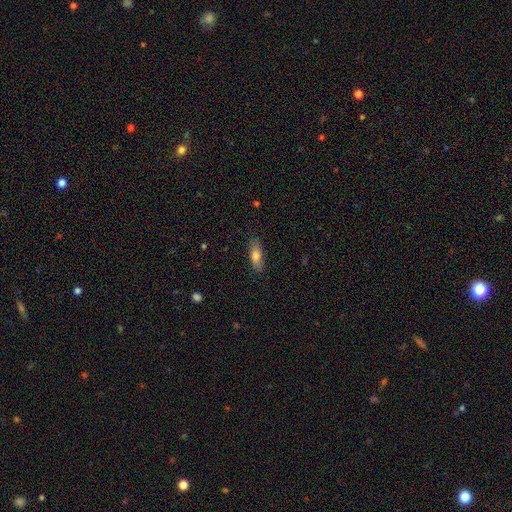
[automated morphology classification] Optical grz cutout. It shows a smooth galaxy with no disk features (75%) that is in between round and cigar-shaped (64%). Merging: none (83%).